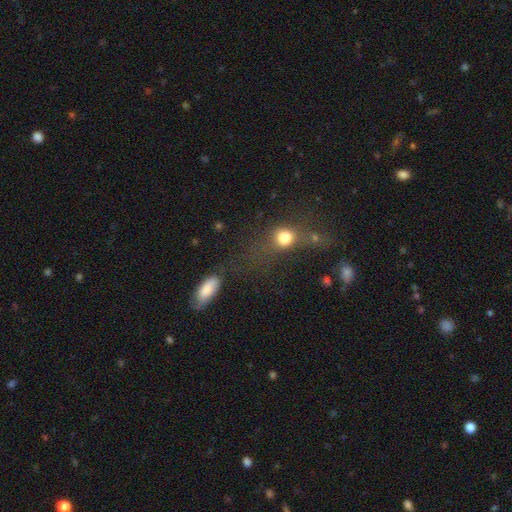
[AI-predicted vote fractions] Smooth or featured?
  - smooth: 49% *
  - star or artifact: 33%
  - featured or disk: 18%
Merging?
  - none: 38% *
  - merger: 26%
  - major disturbance: 21%
  - minor disturbance: 16%